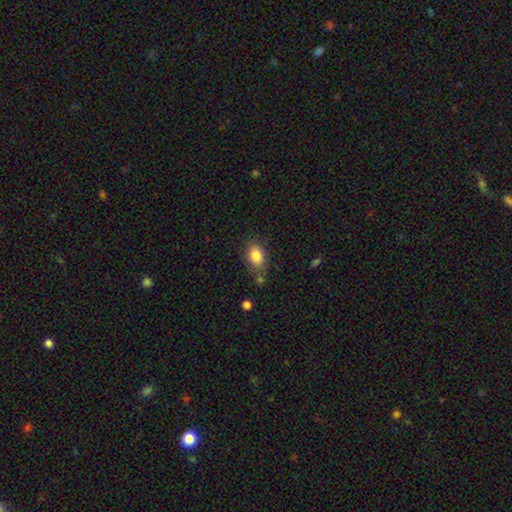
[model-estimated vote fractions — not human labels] Q: Smooth or featured?
A: smooth (84%); runner-up: star or artifact (8%)
Q: How rounded?
A: in between (85%); runner-up: round (14%)
Q: Merging?
A: none (69%); runner-up: minor disturbance (19%)